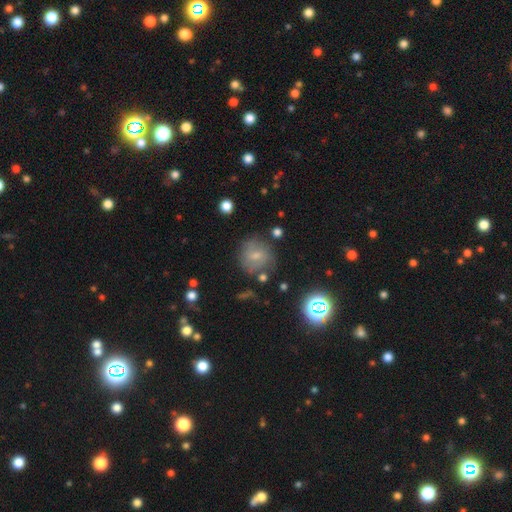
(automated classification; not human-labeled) This is possibly a smooth galaxy (58%). How rounded: clearly round (84%). Merging: likely none (68%).